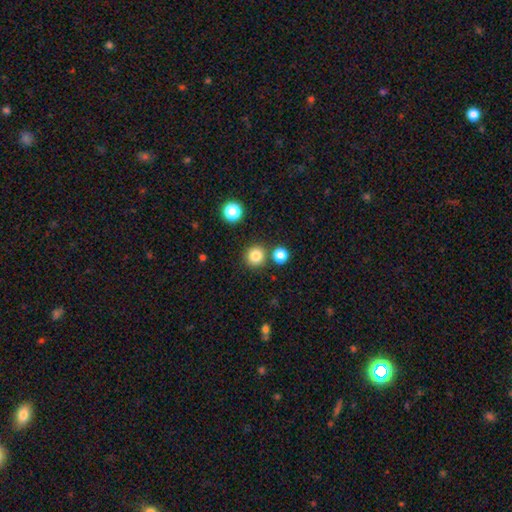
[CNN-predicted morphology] Smooth or featured? Predicted: smooth (p=0.83). How rounded? Predicted: round (p=0.93). Merging? Predicted: none (p=0.83).